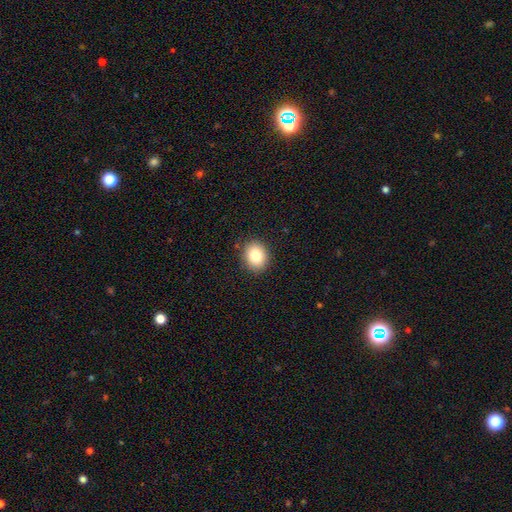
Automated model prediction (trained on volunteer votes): smooth-or-featured: smooth: 81% | star or artifact: 10% | featured or disk: 9%
  how-rounded: round: 65% | in between: 35% | cigar-shaped: 1%
  merging: none: 88% | minor disturbance: 9% | major disturbance: 2% | merger: 1%